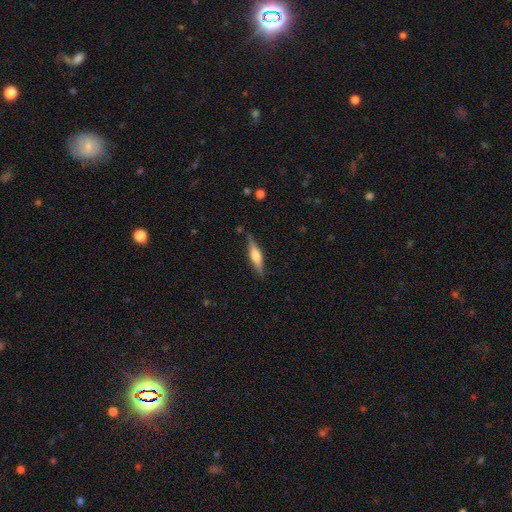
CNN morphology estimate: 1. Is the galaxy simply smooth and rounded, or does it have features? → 57% featured or disk, 37% smooth, 6% star or artifact.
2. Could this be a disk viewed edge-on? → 96% yes, 4% no.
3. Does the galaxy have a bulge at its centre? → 81% rounded, 14% boxy, 5% none.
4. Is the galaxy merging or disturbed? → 83% none, 12% minor disturbance, 3% major disturbance, 2% merger.